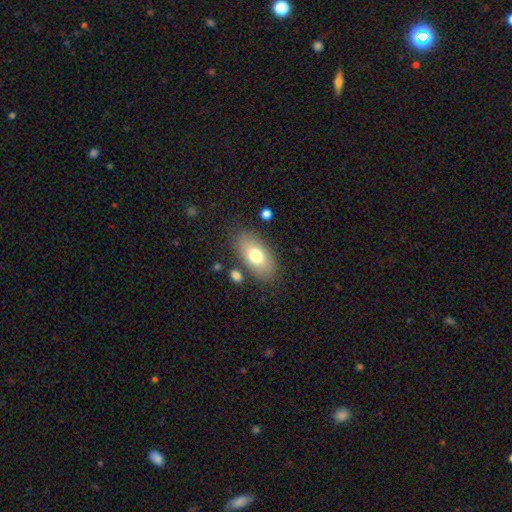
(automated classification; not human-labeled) A smooth galaxy with no disk features (74%) that is in between round and cigar-shaped (91%).

Vote fractions:
- Smooth or featured? smooth: 74% / featured or disk: 19% / star or artifact: 7%
- How rounded? in between: 91% / round: 5% / cigar-shaped: 4%
- Merging? none: 80% / minor disturbance: 12% / merger: 4% / major disturbance: 4%